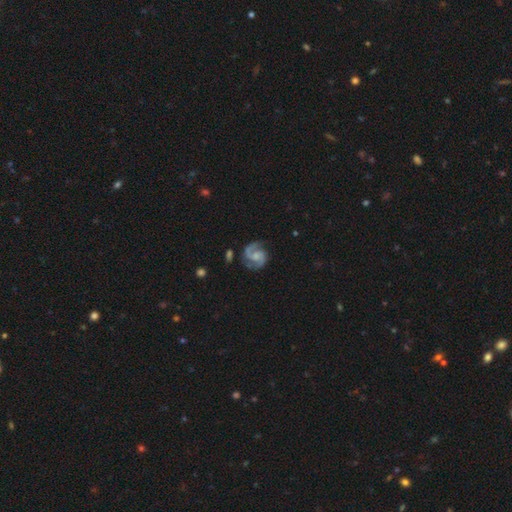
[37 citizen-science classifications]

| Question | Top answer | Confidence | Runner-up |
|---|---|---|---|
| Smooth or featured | featured or disk | 95% | smooth (3%) |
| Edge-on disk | no | 100% | — |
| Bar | no | 66% | weak (26%) |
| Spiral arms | yes | 100% | — |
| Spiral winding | medium | 60% | tight (29%) |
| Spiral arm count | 2 | 94% | 1 (3%) |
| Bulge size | small | 43% | moderate (31%) |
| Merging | none | 81% | minor disturbance (17%) |